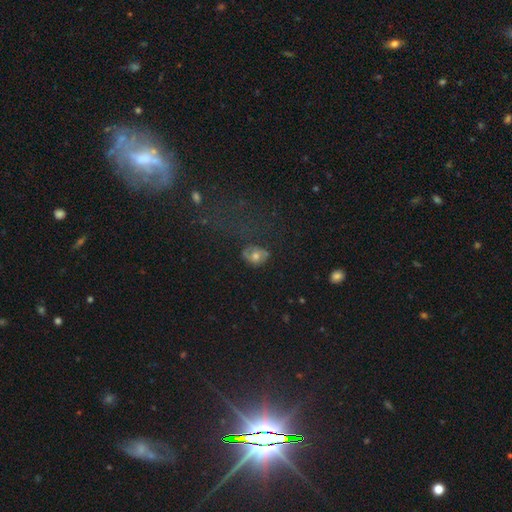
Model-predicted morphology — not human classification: smooth 53%, featured or disk 31%, star or artifact 16%. Down the decision tree: how rounded — round (50%); merging — none (58%).